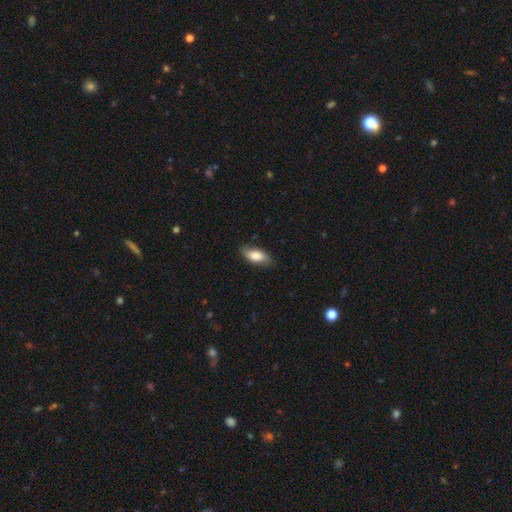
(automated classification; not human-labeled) A smooth galaxy with no disk features (77%) that is in between round and cigar-shaped (86%). Merging: none (81%).